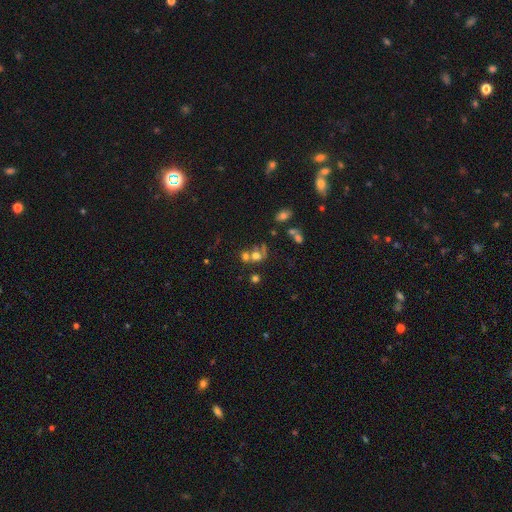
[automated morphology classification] smooth-or-featured: smooth: 57% | featured or disk: 26% | star or artifact: 18%
  how-rounded: round: 65% | in between: 33% | cigar-shaped: 1%
  merging: merger: 55% | none: 25% | major disturbance: 11% | minor disturbance: 9%